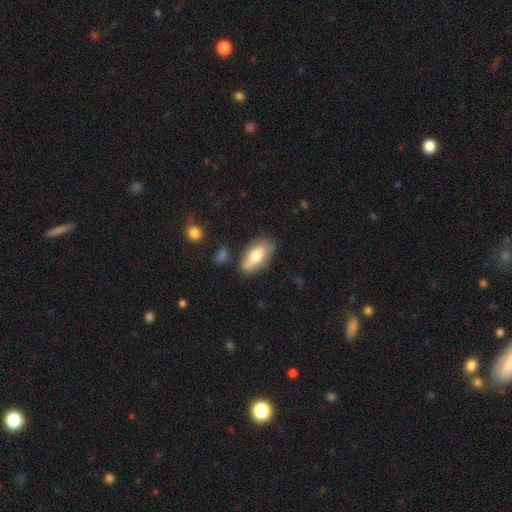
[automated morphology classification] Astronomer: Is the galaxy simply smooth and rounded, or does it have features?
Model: smooth — 71%.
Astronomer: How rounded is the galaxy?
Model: in between — 89%.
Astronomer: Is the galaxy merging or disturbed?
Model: none — 73%.